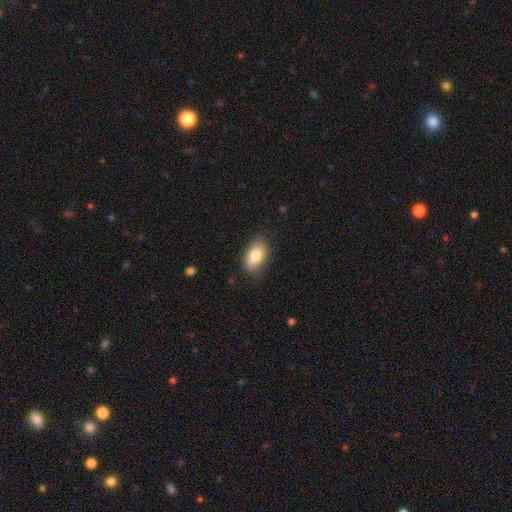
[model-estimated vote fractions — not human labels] smooth-or-featured: smooth: 81% | featured or disk: 12% | star or artifact: 7%
  how-rounded: in between: 91% | round: 6% | cigar-shaped: 2%
  merging: none: 82% | minor disturbance: 14% | major disturbance: 3% | merger: 1%